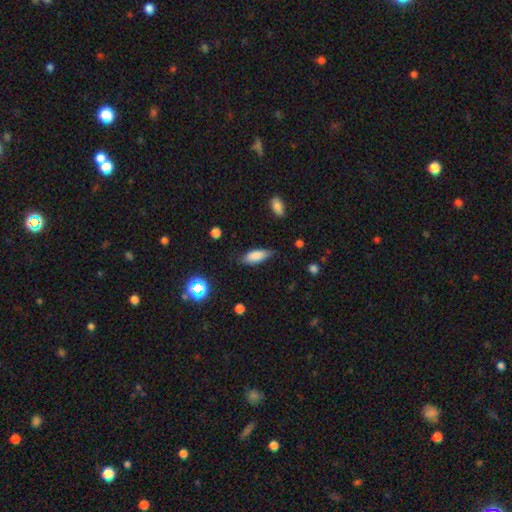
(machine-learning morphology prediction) Overall: smooth (81%). How rounded: in between (73%). Merging: none (71%).